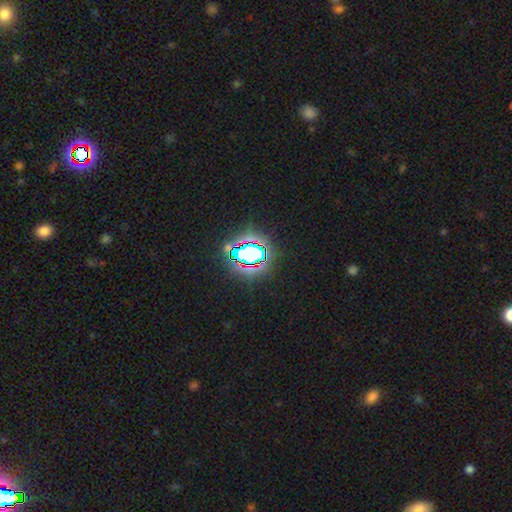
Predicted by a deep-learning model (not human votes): This is likely a star or artifact rather than a galaxy (65%).